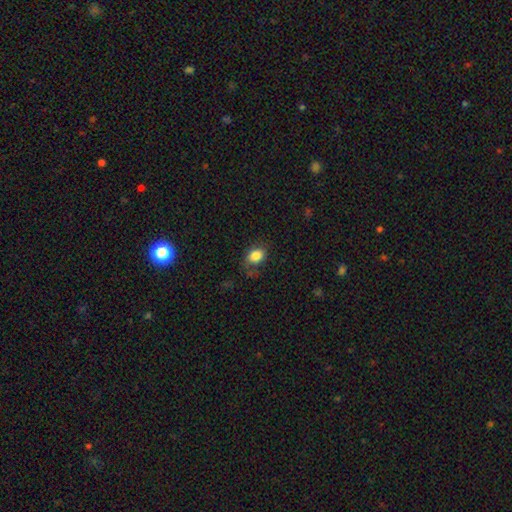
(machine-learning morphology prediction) Q: Smooth or featured?
A: smooth (84%); runner-up: star or artifact (9%)
Q: How rounded?
A: in between (71%); runner-up: round (27%)
Q: Merging?
A: none (70%); runner-up: minor disturbance (20%)